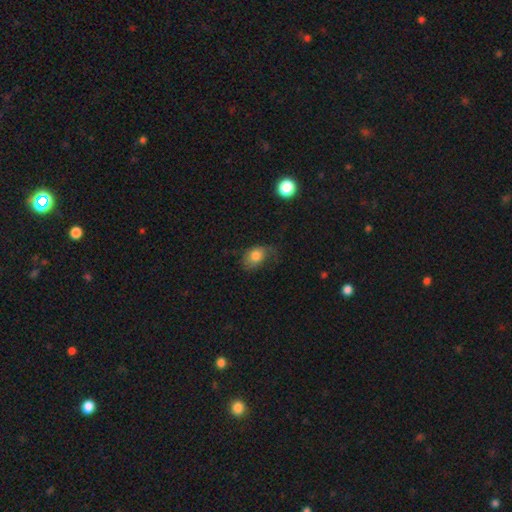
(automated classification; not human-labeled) A smooth galaxy with no disk features (75%) that is in between round and cigar-shaped (73%). Merging: none (41%).